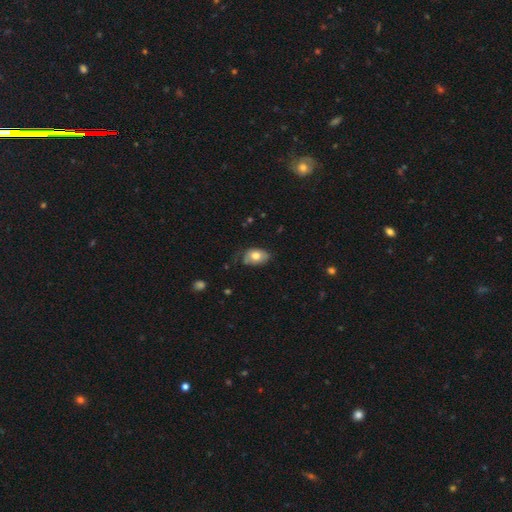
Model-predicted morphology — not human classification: Smooth or featured? Predicted: smooth (p=0.70). How rounded? Predicted: in between (p=0.85). Merging? Predicted: none (p=0.51).